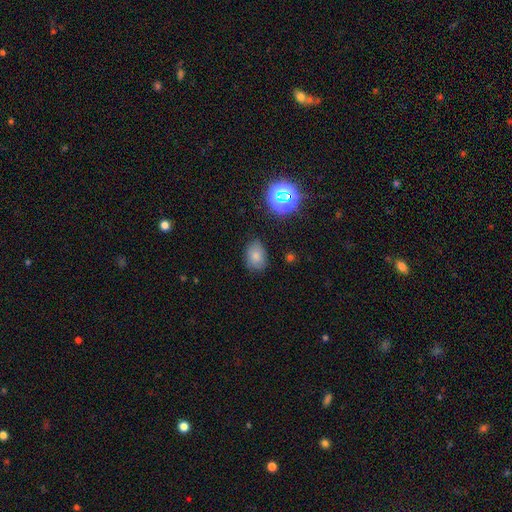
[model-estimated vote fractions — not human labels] A smooth galaxy with no disk features (76%) that is in between round and cigar-shaped (70%).

Vote fractions:
- Smooth or featured? smooth: 76% / star or artifact: 15% / featured or disk: 9%
- How rounded? in between: 70% / round: 29% / cigar-shaped: 1%
- Merging? none: 78% / minor disturbance: 16% / major disturbance: 4% / merger: 2%